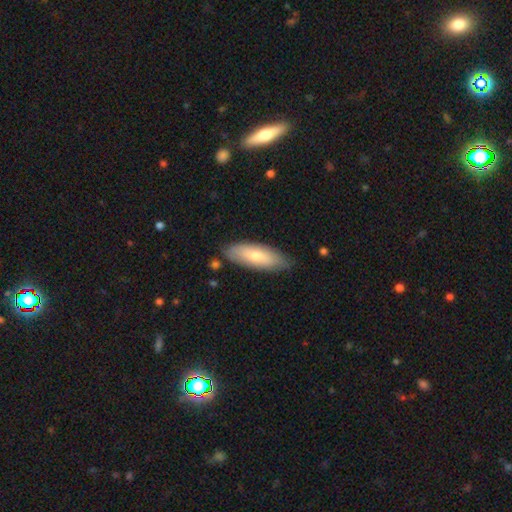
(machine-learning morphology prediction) Q: Smooth or featured?
A: smooth (68%); runner-up: featured or disk (27%)
Q: How rounded?
A: in between (69%); runner-up: cigar-shaped (29%)
Q: Merging?
A: none (78%); runner-up: minor disturbance (17%)